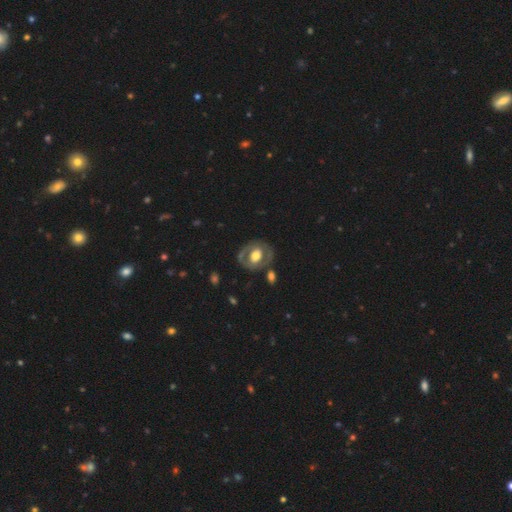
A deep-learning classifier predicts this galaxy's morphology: Smooth or featured: featured or disk — 59% (smooth — 36%)
Edge-on disk: no — 95% (yes — 5%)
Bar: no — 59% (weak — 28%)
Spiral arms: no — 70% (yes — 30%)
Bulge size: moderate — 57% (large — 33%)
Merging: none — 70% (minor disturbance — 16%)